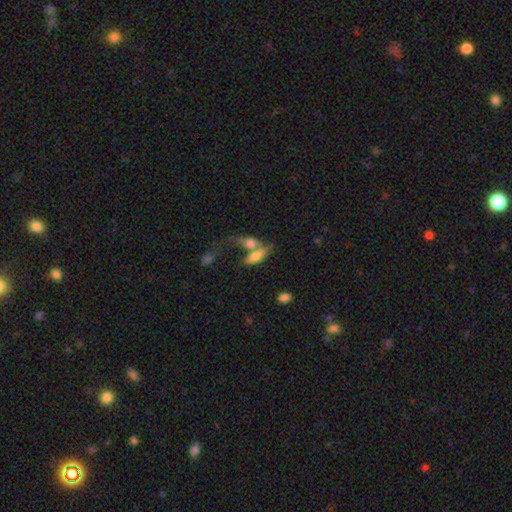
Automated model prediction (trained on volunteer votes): Smooth or featured? Predicted: smooth (p=0.67). How rounded? Predicted: in between (p=0.72). Merging? Predicted: merger (p=0.59).